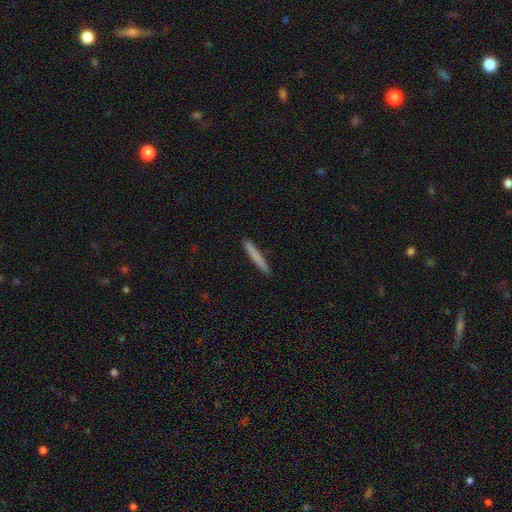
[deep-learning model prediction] Q: Smooth or featured?
A: smooth (77%); runner-up: featured or disk (17%)
Q: How rounded?
A: cigar-shaped (97%); runner-up: in between (2%)
Q: Merging?
A: none (91%); runner-up: minor disturbance (6%)